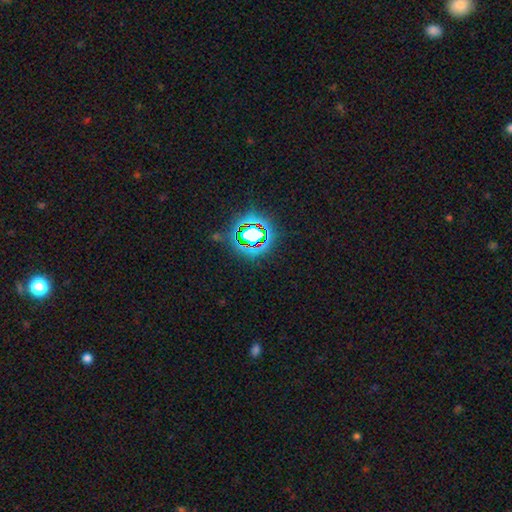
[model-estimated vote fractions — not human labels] Overall: star or artifact (80%).